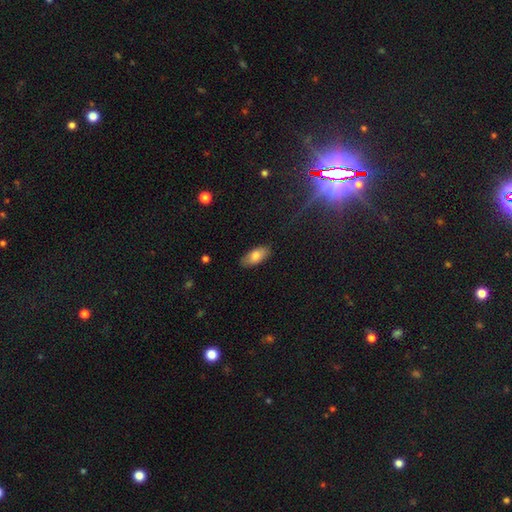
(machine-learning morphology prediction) A smooth galaxy with no disk features (81%) that is in between round and cigar-shaped (90%).

Vote fractions:
- Smooth or featured? smooth: 81% / featured or disk: 12% / star or artifact: 7%
- How rounded? in between: 90% / cigar-shaped: 8% / round: 3%
- Merging? none: 84% / minor disturbance: 12% / major disturbance: 2% / merger: 1%